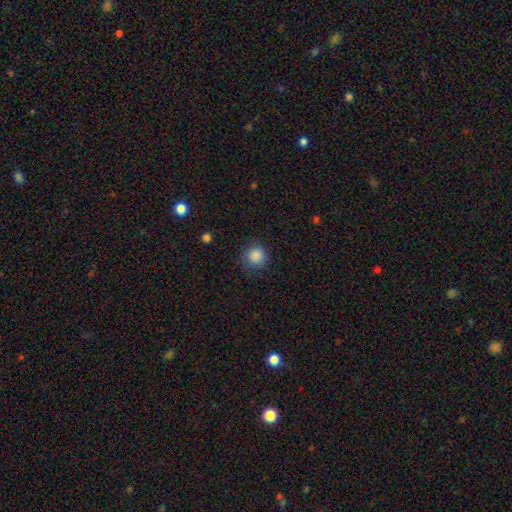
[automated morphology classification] Smooth or featured: smooth — 87% (star or artifact — 10%)
How rounded: round — 93% (in between — 6%)
Merging: none — 85% (minor disturbance — 11%)